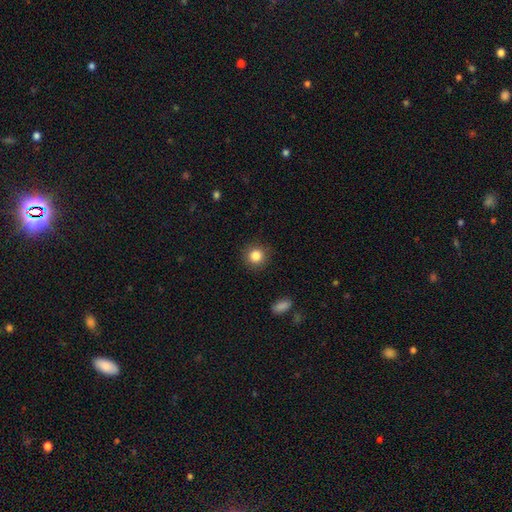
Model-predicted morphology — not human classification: Smooth or featured? smooth (84%)
How rounded? round (91%)
Merging? none (89%)